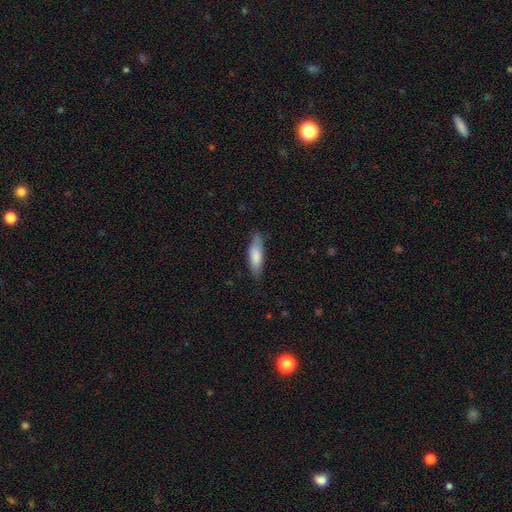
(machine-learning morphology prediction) Overall: smooth (79%). How rounded: cigar-shaped (55%; in between 44%). Merging: none (76%).